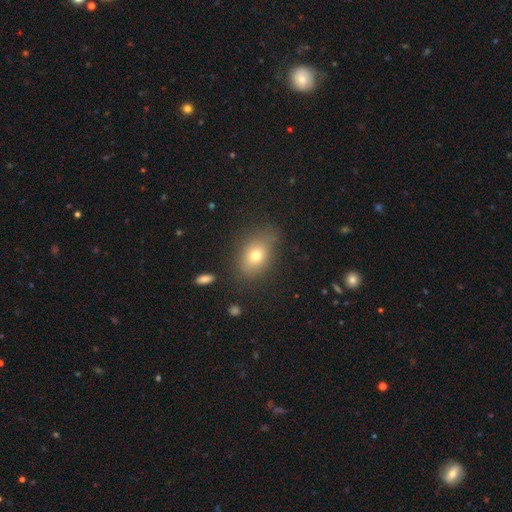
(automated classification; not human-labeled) smooth-or-featured: smooth: 71% | featured or disk: 16% | star or artifact: 13%
  how-rounded: in between: 75% | round: 23% | cigar-shaped: 2%
  merging: none: 74% | minor disturbance: 18% | major disturbance: 6% | merger: 2%